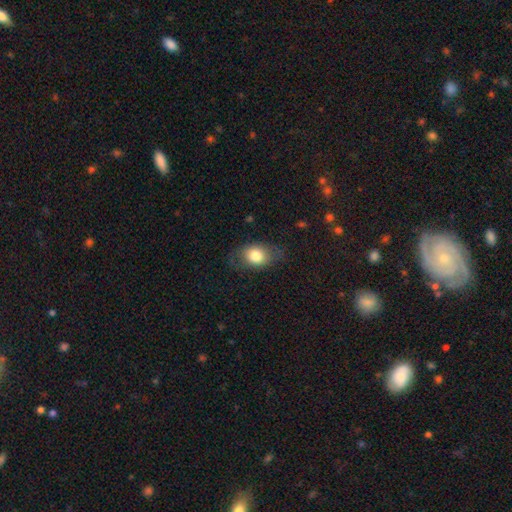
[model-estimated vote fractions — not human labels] Smooth or featured? smooth (76%)
How rounded? in between (73%)
Merging? none (70%)